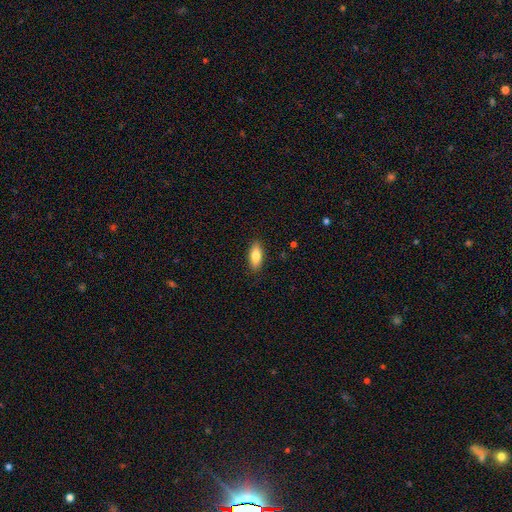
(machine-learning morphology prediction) Smooth or featured?
  - smooth: 79% *
  - featured or disk: 15%
  - star or artifact: 6%
How rounded?
  - in between: 80% *
  - cigar-shaped: 18%
  - round: 2%
Merging?
  - none: 89% *
  - minor disturbance: 9%
  - major disturbance: 2%
  - merger: 1%